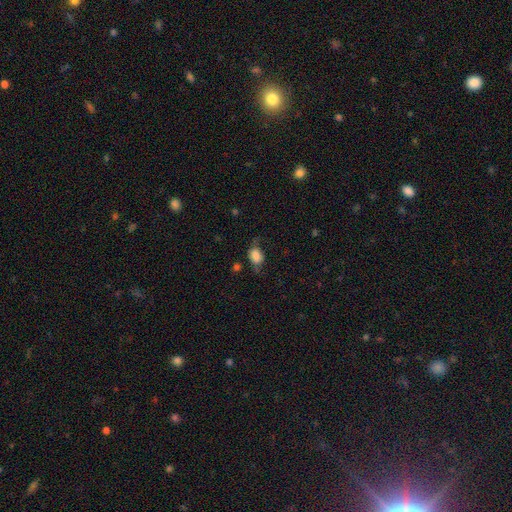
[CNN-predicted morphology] Smooth or featured?
  - smooth: 79% *
  - featured or disk: 13%
  - star or artifact: 9%
How rounded?
  - in between: 78% *
  - round: 20%
  - cigar-shaped: 2%
Merging?
  - none: 50% *
  - minor disturbance: 30%
  - major disturbance: 18%
  - merger: 2%